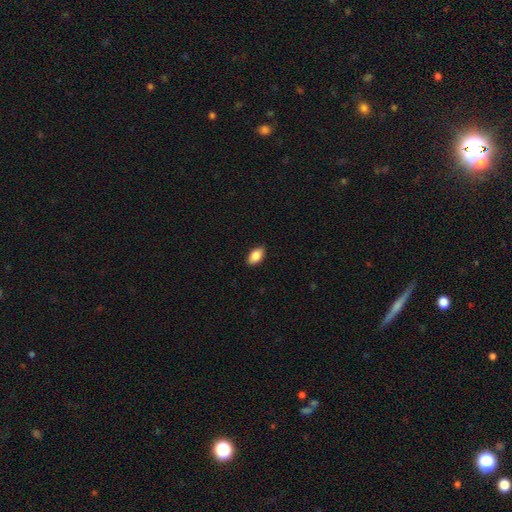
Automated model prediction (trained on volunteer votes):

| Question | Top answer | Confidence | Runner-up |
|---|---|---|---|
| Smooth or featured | smooth | 87% | star or artifact (7%) |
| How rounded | in between | 92% | round (6%) |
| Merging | none | 88% | minor disturbance (9%) |